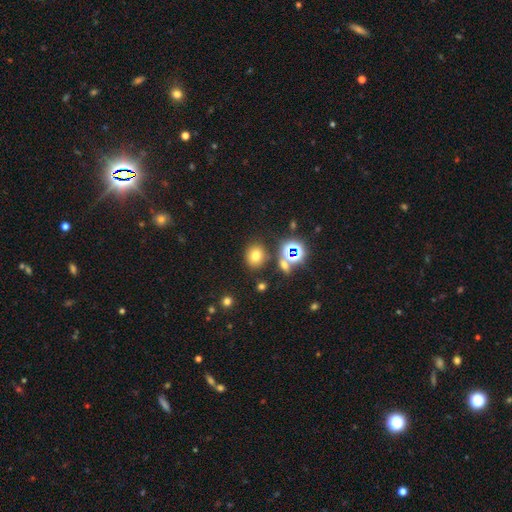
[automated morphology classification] A smooth galaxy with no disk features (69%) that is round (76%).

Vote fractions:
- Smooth or featured? smooth: 69% / star or artifact: 22% / featured or disk: 9%
- How rounded? round: 76% / in between: 23% / cigar-shaped: 1%
- Merging? none: 81% / minor disturbance: 9% / merger: 6% / major disturbance: 4%